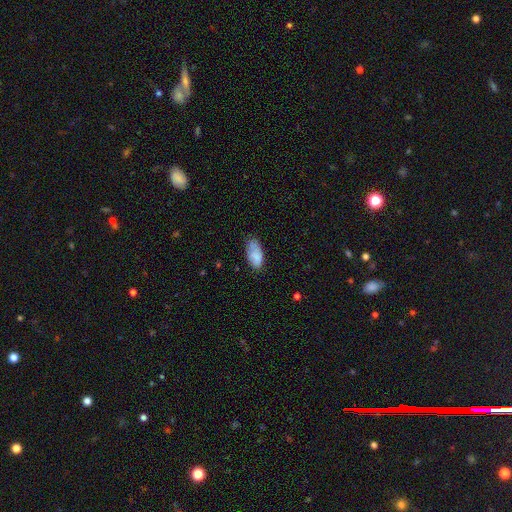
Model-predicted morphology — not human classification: This is clearly a smooth galaxy (82%). How rounded: clearly in between (92%). Merging: possibly none (58%).